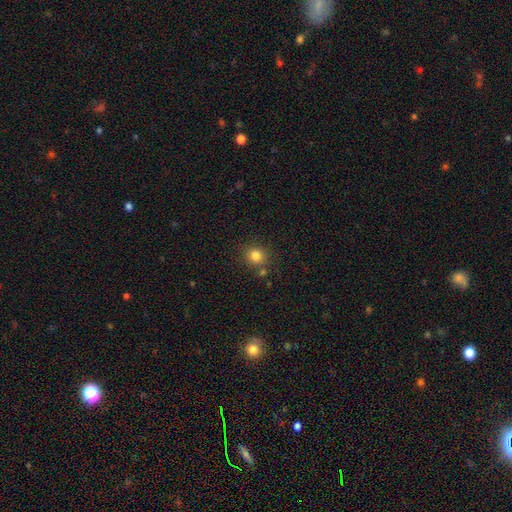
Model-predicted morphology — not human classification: smooth-or-featured: smooth: 82% | star or artifact: 13% | featured or disk: 6%
  how-rounded: round: 86% | in between: 13% | cigar-shaped: 1%
  merging: none: 79% | minor disturbance: 9% | merger: 8% | major disturbance: 3%